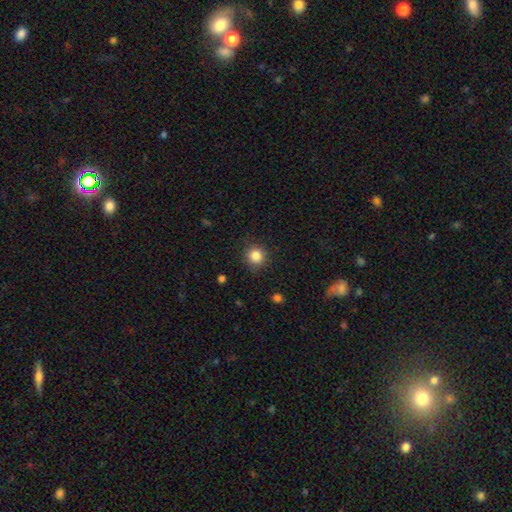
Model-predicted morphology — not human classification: type=smooth (84%); roundness=round (92%); merging=none (89%).